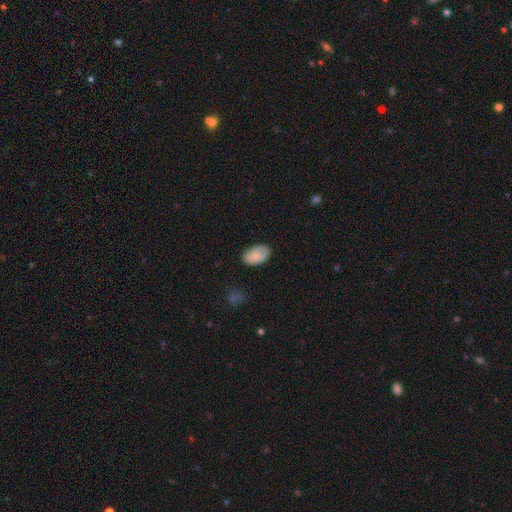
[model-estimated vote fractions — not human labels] smooth 76%, featured or disk 17%, star or artifact 7%. Down the decision tree: how rounded — in between (91%); merging — none (73%).